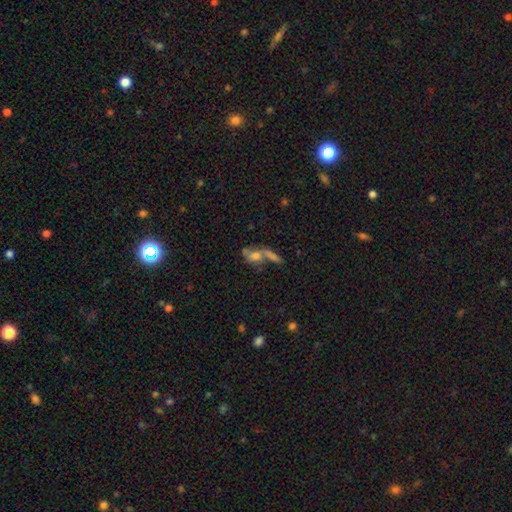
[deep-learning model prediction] smooth-or-featured: smooth: 46% | featured or disk: 36% | star or artifact: 18%
  merging: merger: 43% | none: 30% | major disturbance: 16% | minor disturbance: 11%